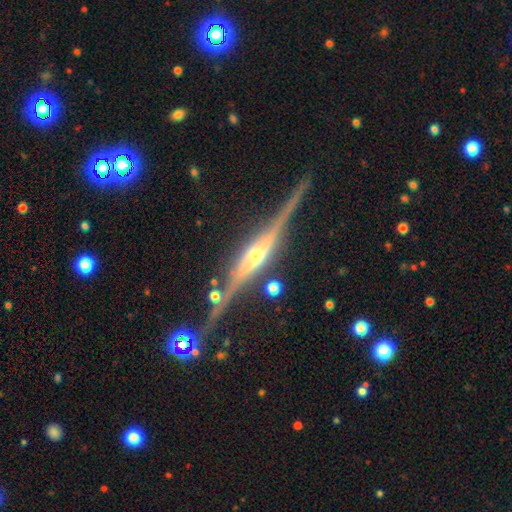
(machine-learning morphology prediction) smooth_or_featured: featured or disk (p=0.88) [alt: star or artifact p=0.07]
disk_edge_on: yes (p=0.97) [alt: no p=0.03]
edge_on_bulge: rounded (p=0.83) [alt: boxy p=0.11]
merging: none (p=0.81) [alt: minor disturbance p=0.12]